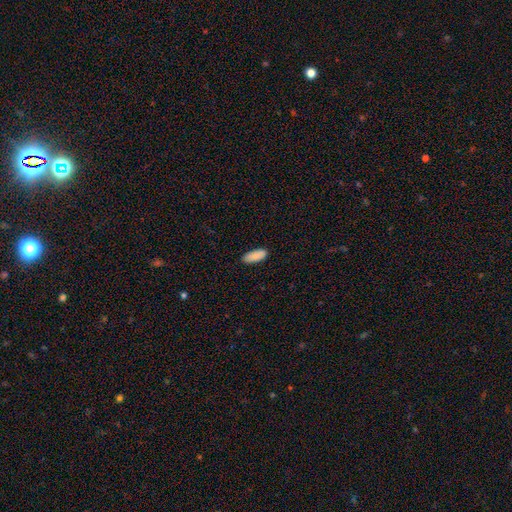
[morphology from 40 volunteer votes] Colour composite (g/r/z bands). It shows a smooth galaxy with no disk features (92%) that is in between round and cigar-shaped (76%). Merging: none (97%).